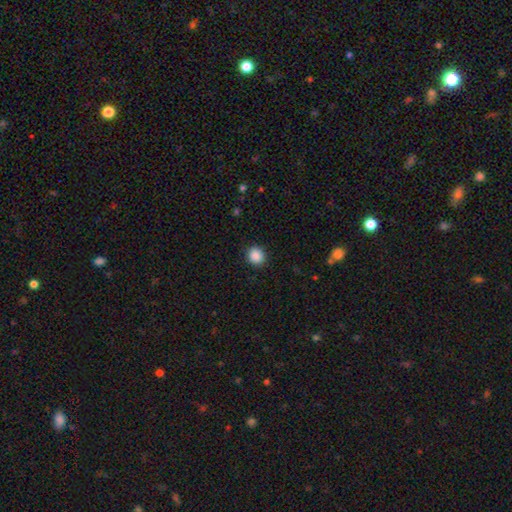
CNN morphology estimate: Smooth or featured?
  - smooth: 88% *
  - star or artifact: 9%
  - featured or disk: 2%
How rounded?
  - round: 83% *
  - in between: 16%
  - cigar-shaped: 1%
Merging?
  - none: 90% *
  - minor disturbance: 7%
  - major disturbance: 2%
  - merger: 1%